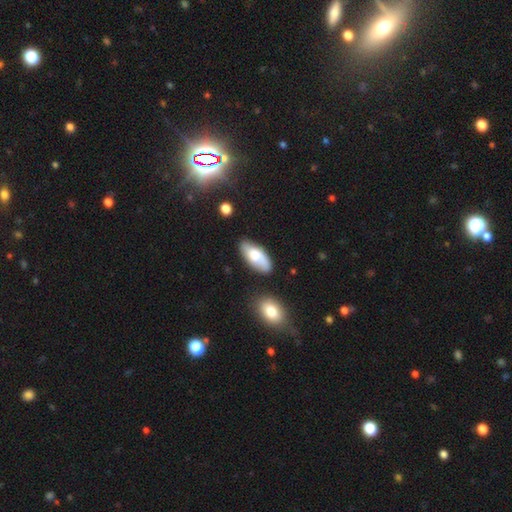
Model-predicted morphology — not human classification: Smooth or featured? smooth (64%)
How rounded? in between (89%)
Merging? none (74%)